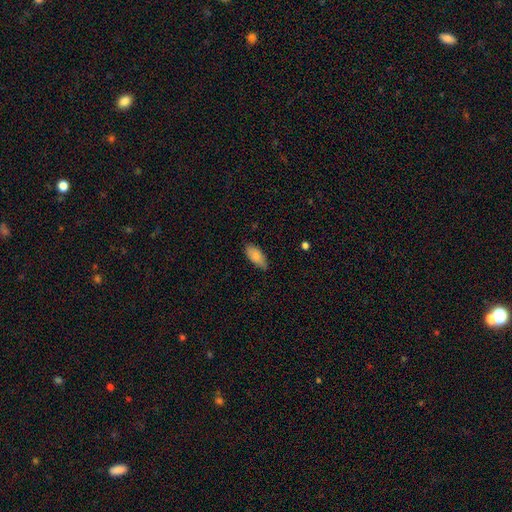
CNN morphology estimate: This appears to be a smooth galaxy with no disk features (83%) that is in between round and cigar-shaped (89%). Merging: none (74%).